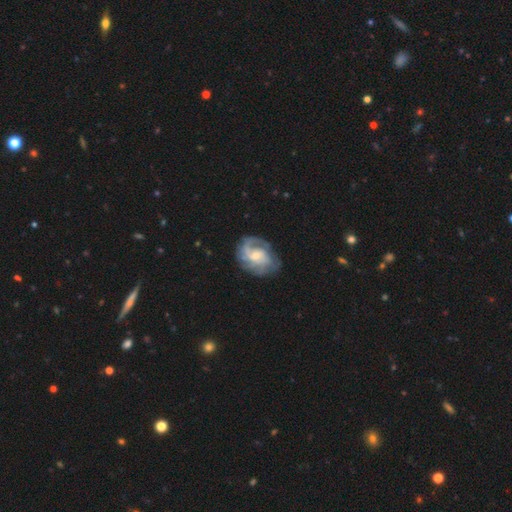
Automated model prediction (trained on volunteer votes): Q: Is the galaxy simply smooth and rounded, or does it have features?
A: featured or disk — 78%.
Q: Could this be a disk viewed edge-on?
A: no — 97%.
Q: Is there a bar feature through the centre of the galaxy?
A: no — 57%.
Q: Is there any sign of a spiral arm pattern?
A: yes — 91%.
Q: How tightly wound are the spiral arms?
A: tight — 42%.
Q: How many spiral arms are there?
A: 2 — 32%.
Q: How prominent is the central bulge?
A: small — 47%.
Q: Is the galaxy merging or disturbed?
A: none — 66%.